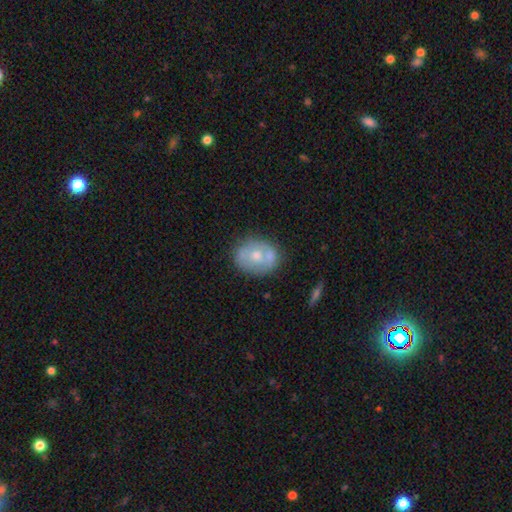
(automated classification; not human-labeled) Overall: smooth (54%; featured or disk 39%). How rounded: round (52%; in between 47%). Merging: none (55%; minor disturbance 20%).